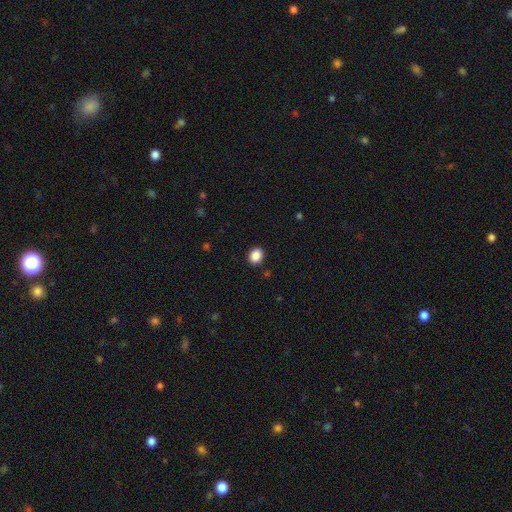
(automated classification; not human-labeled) This appears to be a smooth galaxy with no disk features (88%) that is in between round and cigar-shaped (50%). Merging: none (90%).